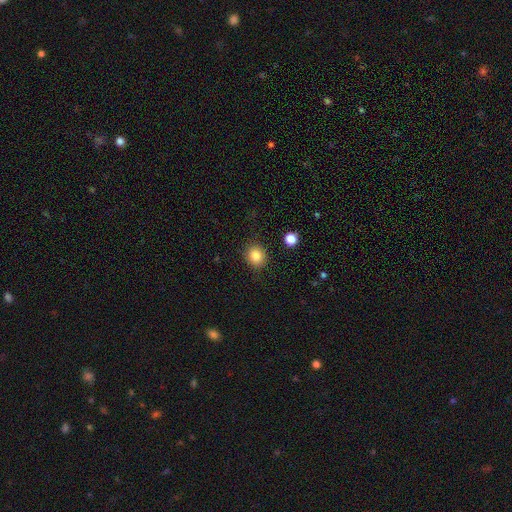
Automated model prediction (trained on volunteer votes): This is clearly a smooth galaxy (84%). How rounded: clearly round (82%). Merging: clearly none (89%).